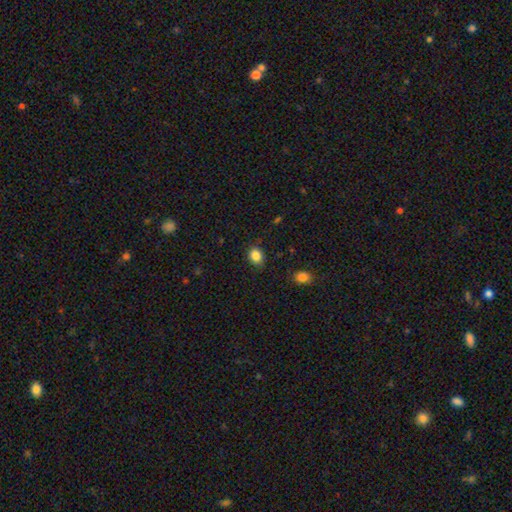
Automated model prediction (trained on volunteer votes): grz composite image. It shows a smooth galaxy with no disk features (86%) that is round (50%). Merging: none (86%).